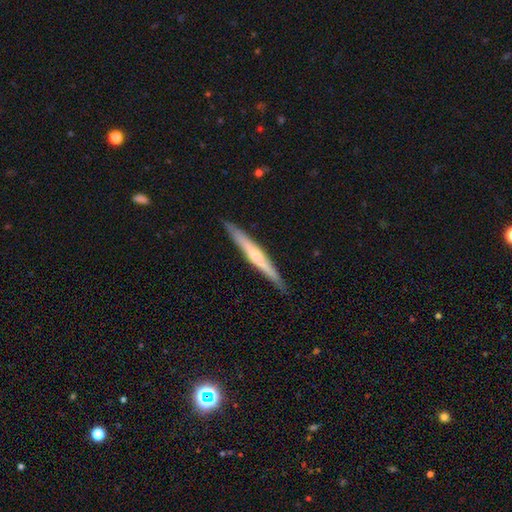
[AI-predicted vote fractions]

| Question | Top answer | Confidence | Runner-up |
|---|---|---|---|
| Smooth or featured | featured or disk | 64% | smooth (31%) |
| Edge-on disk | yes | 97% | no (3%) |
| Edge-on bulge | rounded | 66% | none (29%) |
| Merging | none | 90% | minor disturbance (7%) |